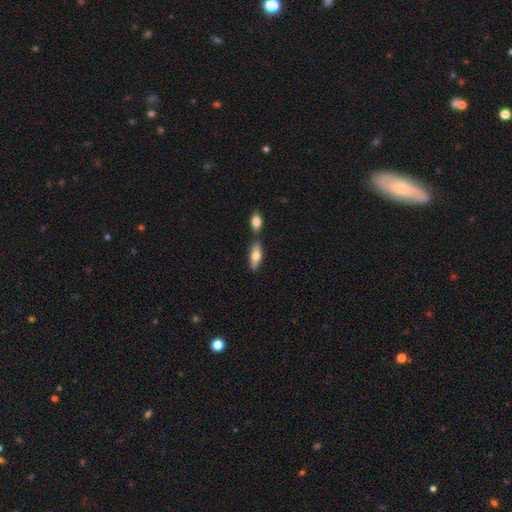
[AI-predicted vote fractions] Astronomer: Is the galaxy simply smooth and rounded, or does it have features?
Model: smooth — 62%.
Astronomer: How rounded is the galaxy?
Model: in between — 69%.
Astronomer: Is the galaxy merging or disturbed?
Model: none — 63%.